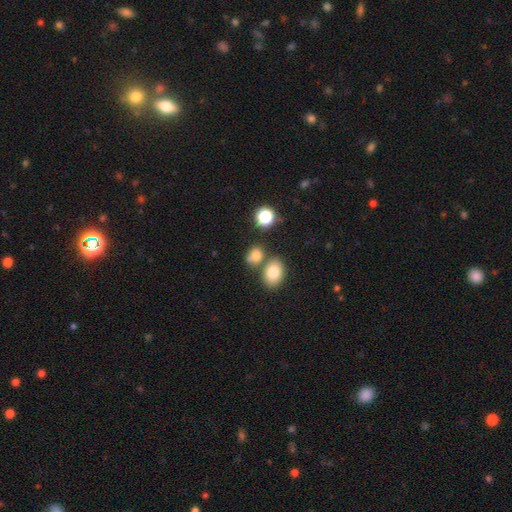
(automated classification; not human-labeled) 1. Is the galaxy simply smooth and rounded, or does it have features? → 78% smooth, 13% star or artifact, 8% featured or disk.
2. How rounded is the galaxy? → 56% in between, 42% round, 1% cigar-shaped.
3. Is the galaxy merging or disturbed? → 58% none, 24% merger, 13% minor disturbance, 5% major disturbance.